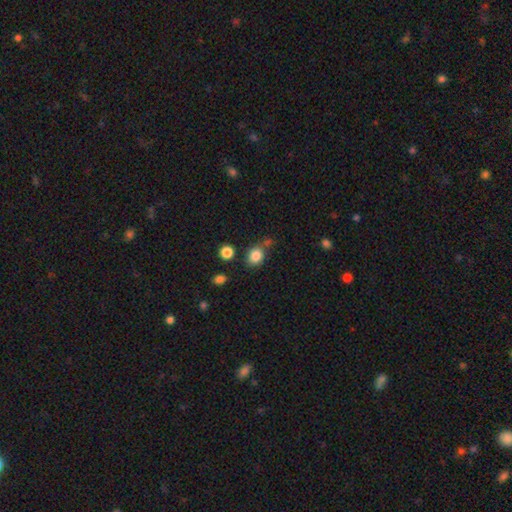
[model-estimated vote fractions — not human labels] Smooth or featured?
  - smooth: 85% *
  - star or artifact: 10%
  - featured or disk: 5%
How rounded?
  - round: 51% *
  - in between: 48%
  - cigar-shaped: 1%
Merging?
  - none: 69% *
  - minor disturbance: 16%
  - merger: 11%
  - major disturbance: 5%